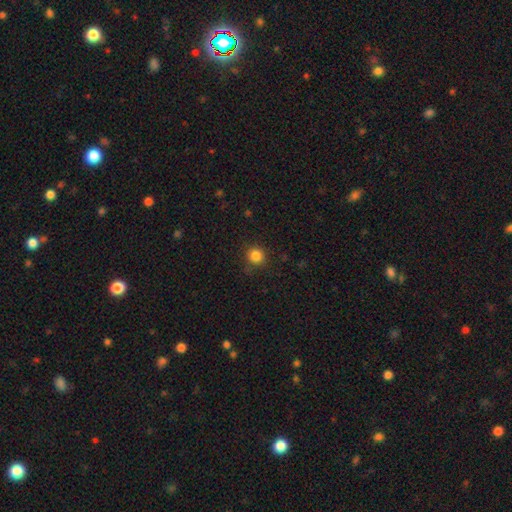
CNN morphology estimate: Q: Smooth or featured?
A: smooth (84%); runner-up: star or artifact (12%)
Q: How rounded?
A: round (93%); runner-up: in between (6%)
Q: Merging?
A: none (85%); runner-up: minor disturbance (10%)